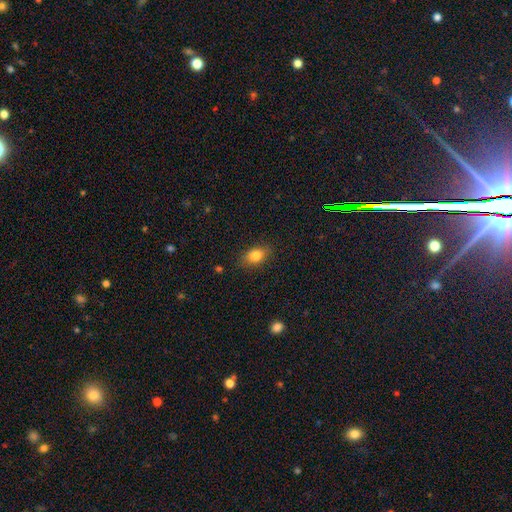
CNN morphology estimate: smooth 81%, featured or disk 10%, star or artifact 10%. Down the decision tree: how rounded — in between (77%); merging — none (84%).